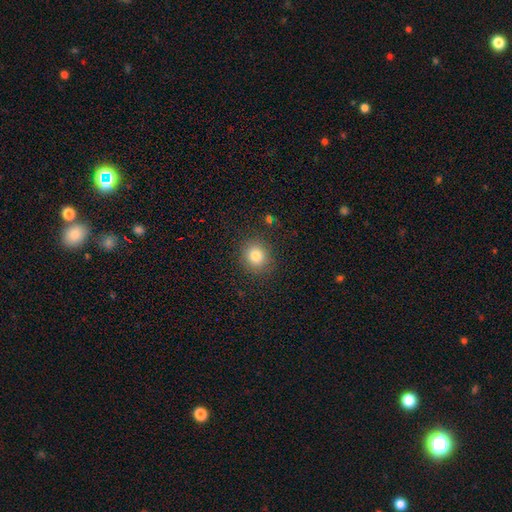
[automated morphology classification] Smooth or featured? Predicted: smooth (p=0.83). How rounded? Predicted: round (p=0.86). Merging? Predicted: none (p=0.88).